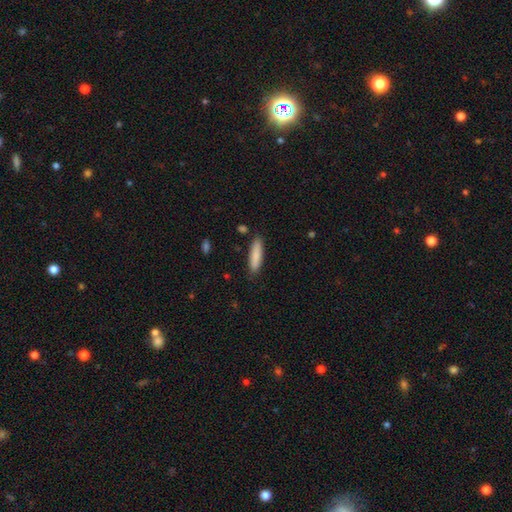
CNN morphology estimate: Smooth or featured?
  - smooth: 85% *
  - featured or disk: 9%
  - star or artifact: 6%
How rounded?
  - cigar-shaped: 71% *
  - in between: 28%
  - round: 1%
Merging?
  - none: 86% *
  - minor disturbance: 10%
  - major disturbance: 2%
  - merger: 2%